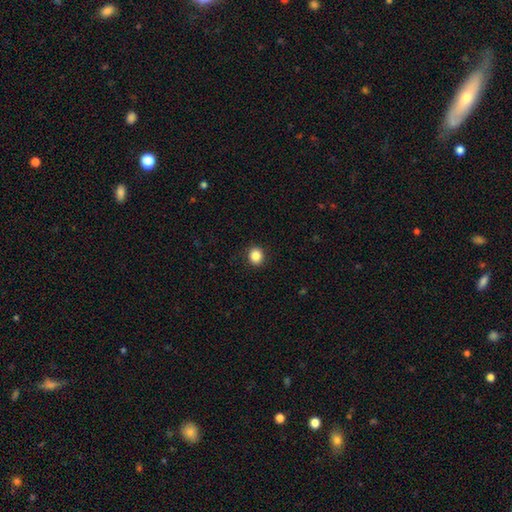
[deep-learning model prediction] Smooth or featured: smooth — 87% (star or artifact — 10%)
How rounded: round — 80% (in between — 19%)
Merging: none — 91% (minor disturbance — 6%)